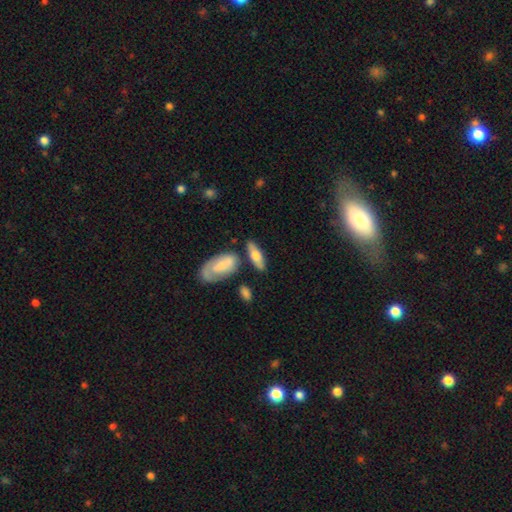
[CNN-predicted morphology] smooth_or_featured: smooth (p=0.54) [alt: featured or disk p=0.40]
how_rounded: in between (p=0.61) [alt: cigar-shaped p=0.36]
merging: none (p=0.66) [alt: minor disturbance p=0.16]